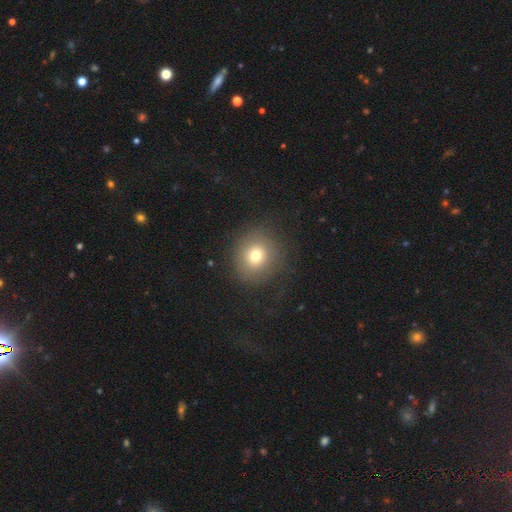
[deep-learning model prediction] Smooth or featured?
  - smooth: 73% *
  - featured or disk: 14%
  - star or artifact: 13%
How rounded?
  - round: 87% *
  - in between: 12%
  - cigar-shaped: 1%
Merging?
  - none: 80% *
  - minor disturbance: 12%
  - major disturbance: 7%
  - merger: 1%